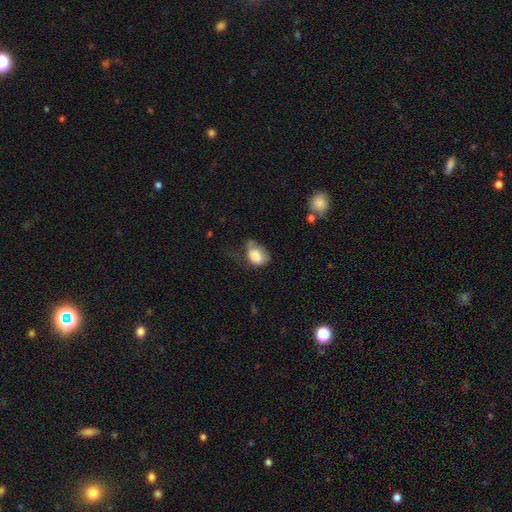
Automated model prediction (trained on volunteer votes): A smooth galaxy with no disk features (77%) that is in between round and cigar-shaped (73%).

Vote fractions:
- Smooth or featured? smooth: 77% / featured or disk: 14% / star or artifact: 9%
- How rounded? in between: 73% / round: 26% / cigar-shaped: 1%
- Merging? major disturbance: 36% / minor disturbance: 34% / none: 24% / merger: 6%